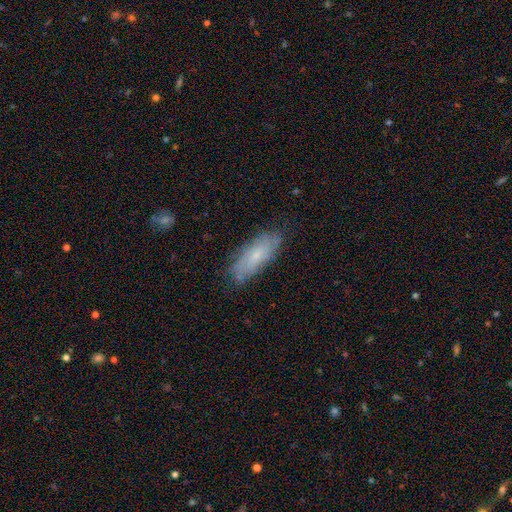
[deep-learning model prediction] Smooth or featured?
  - smooth: 55% *
  - featured or disk: 37%
  - star or artifact: 7%
How rounded?
  - in between: 69% *
  - cigar-shaped: 28%
  - round: 2%
Merging?
  - none: 75% *
  - minor disturbance: 19%
  - major disturbance: 4%
  - merger: 2%